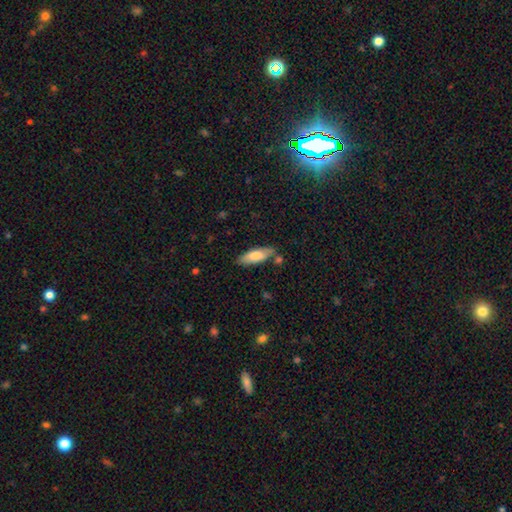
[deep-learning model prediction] Overall: smooth (77%). How rounded: in between (58%; cigar-shaped 40%). Merging: none (72%).